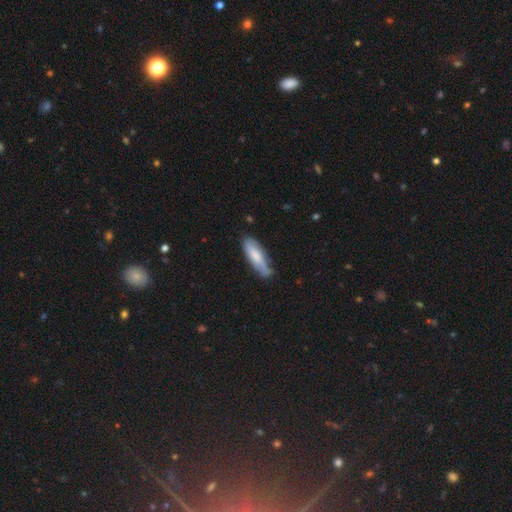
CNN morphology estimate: Smooth or featured? Predicted: smooth (p=0.70). How rounded? Predicted: cigar-shaped (p=0.57). Merging? Predicted: none (p=0.66).